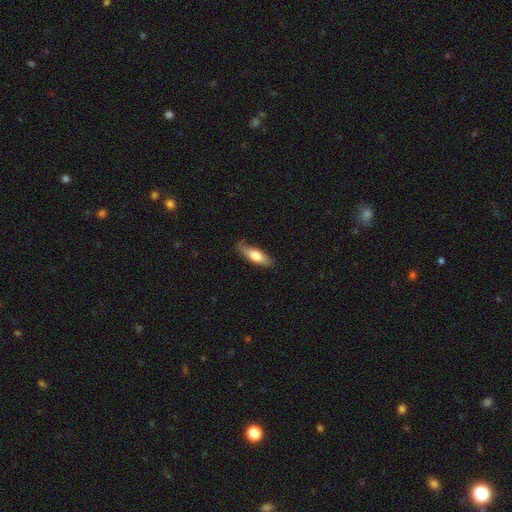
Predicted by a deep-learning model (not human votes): Smooth or featured: smooth — 66% (featured or disk — 28%)
How rounded: in between — 49% (cigar-shaped — 48%)
Merging: none — 72% (minor disturbance — 22%)